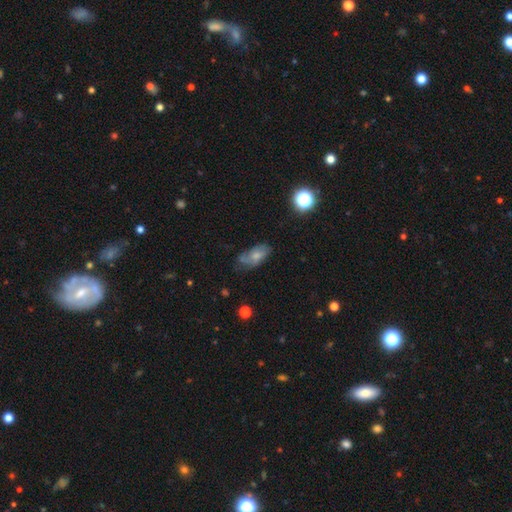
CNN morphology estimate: Smooth or featured? Predicted: smooth (p=0.55). How rounded? Predicted: in between (p=0.89). Merging? Predicted: none (p=0.50).